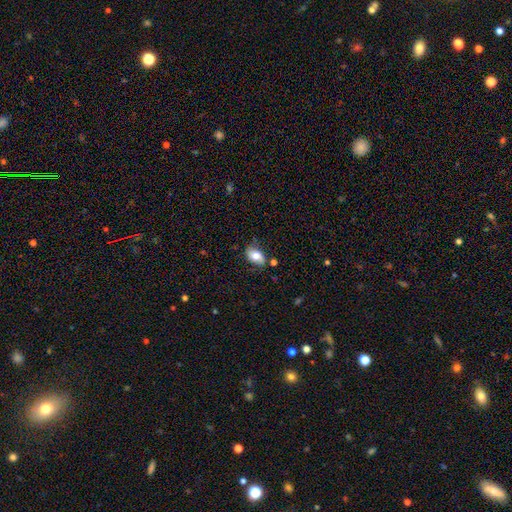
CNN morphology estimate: A smooth galaxy with no disk features (70%) that is in between round and cigar-shaped (89%). Merging: none (66%).